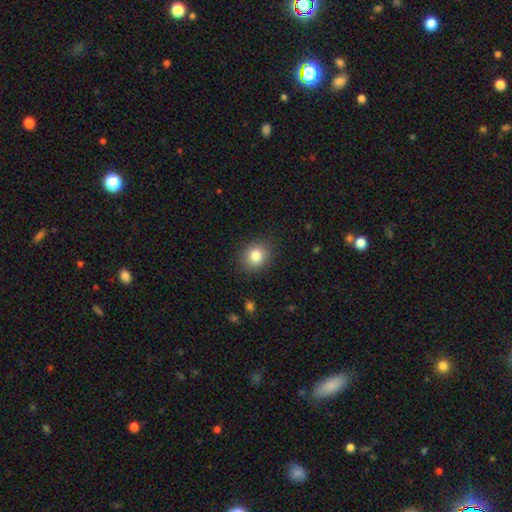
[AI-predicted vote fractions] Smooth or featured? smooth (83%)
How rounded? round (64%)
Merging? none (87%)